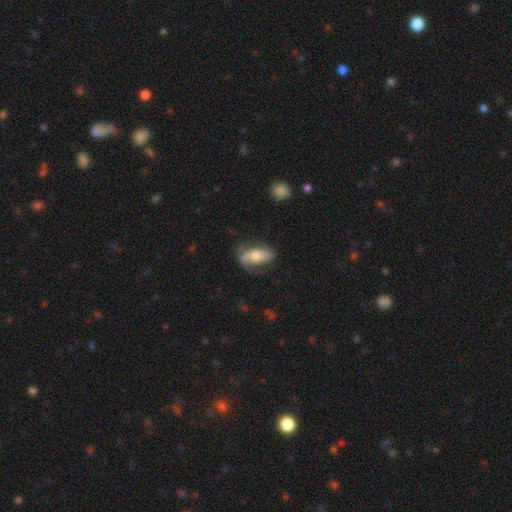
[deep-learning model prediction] A smooth galaxy with no disk features (51%) that is in between round and cigar-shaped (81%). Merging: none (53%).